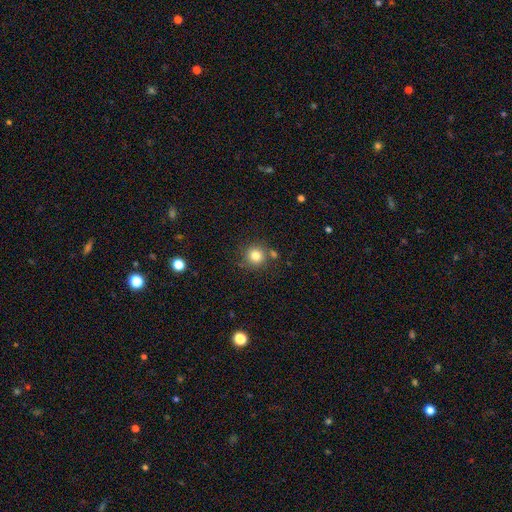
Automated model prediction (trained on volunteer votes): Smooth or featured?
  - smooth: 81% *
  - star or artifact: 12%
  - featured or disk: 7%
How rounded?
  - round: 93% *
  - in between: 6%
  - cigar-shaped: 1%
Merging?
  - none: 77% *
  - merger: 10%
  - minor disturbance: 10%
  - major disturbance: 3%